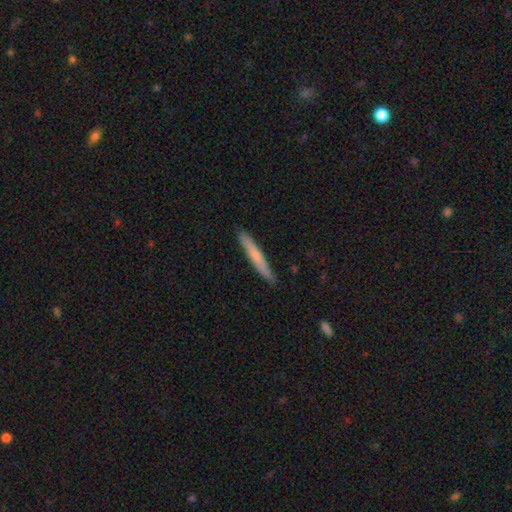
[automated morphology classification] The model was most divided on "smooth or featured": smooth: 68%, featured or disk: 27%, star or artifact: 5%. More confident: how rounded — cigar-shaped (96%); merging — none (90%).